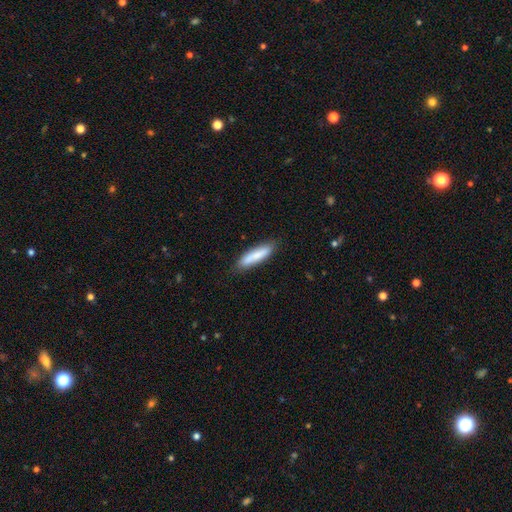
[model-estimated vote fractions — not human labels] smooth-or-featured: smooth: 81% | featured or disk: 14% | star or artifact: 5%
  how-rounded: cigar-shaped: 76% | in between: 23% | round: 1%
  merging: none: 84% | minor disturbance: 13% | major disturbance: 2% | merger: 1%